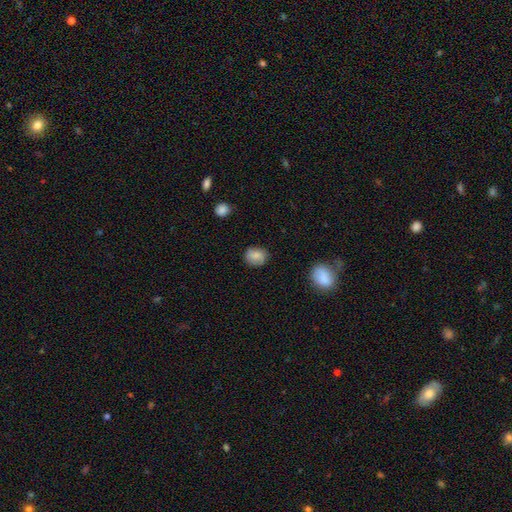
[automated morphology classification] A smooth galaxy with no disk features (80%) that is round (66%). Merging: none (81%).